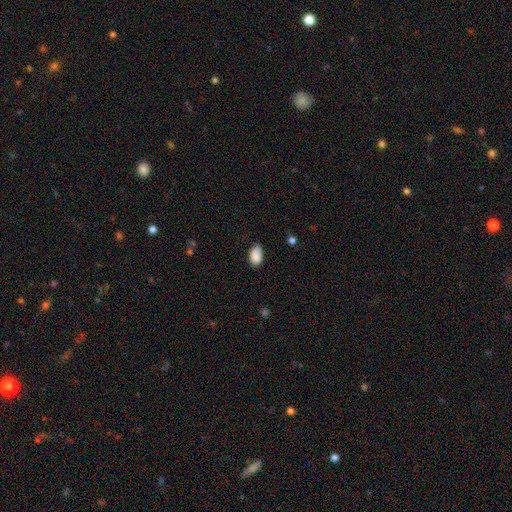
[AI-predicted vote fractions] A smooth galaxy with no disk features (89%) that is in between round and cigar-shaped (92%).

Vote fractions:
- Smooth or featured? smooth: 89% / star or artifact: 7% / featured or disk: 4%
- How rounded? in between: 92% / round: 7% / cigar-shaped: 1%
- Merging? none: 76% / minor disturbance: 19% / major disturbance: 3% / merger: 1%